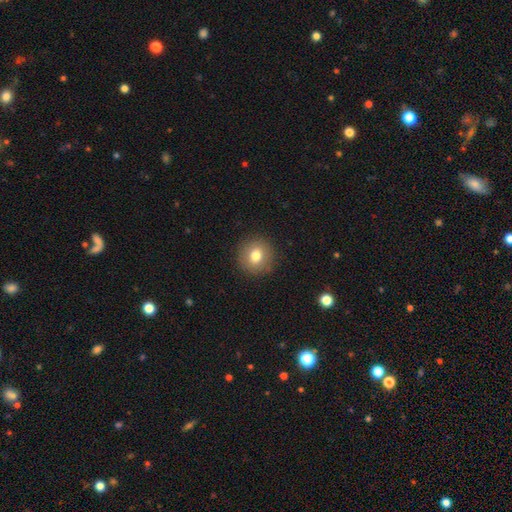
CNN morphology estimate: This is likely a smooth galaxy (78%). How rounded: clearly round (92%). Merging: clearly none (91%).